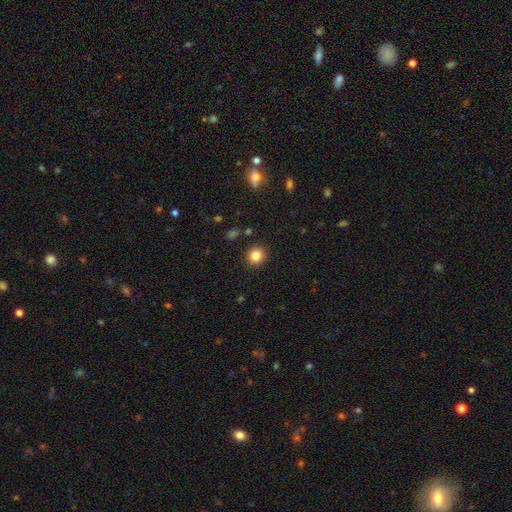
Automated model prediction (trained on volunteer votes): Q: Smooth or featured?
A: smooth (82%); runner-up: star or artifact (12%)
Q: How rounded?
A: round (89%); runner-up: in between (10%)
Q: Merging?
A: none (91%); runner-up: minor disturbance (6%)